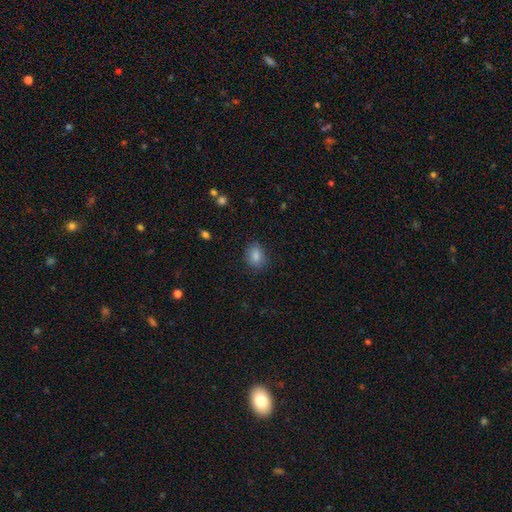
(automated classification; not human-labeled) The model was most divided on "how rounded": in between: 55%, round: 44%, cigar-shaped: 1%. More confident: merging — none (85%); smooth or featured — smooth (82%).